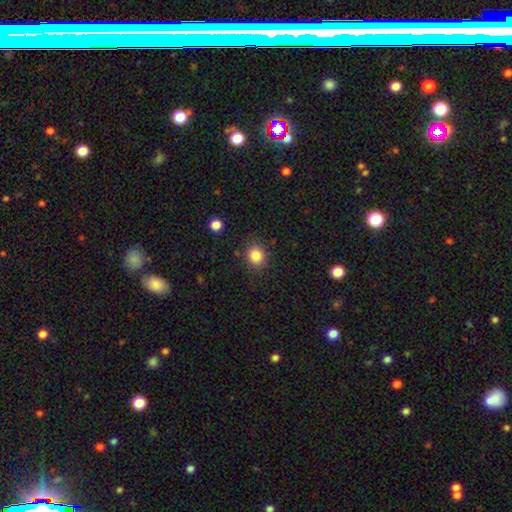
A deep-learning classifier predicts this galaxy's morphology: Q: Smooth or featured?
A: smooth (84%); runner-up: star or artifact (11%)
Q: How rounded?
A: round (75%); runner-up: in between (24%)
Q: Merging?
A: none (85%); runner-up: minor disturbance (10%)